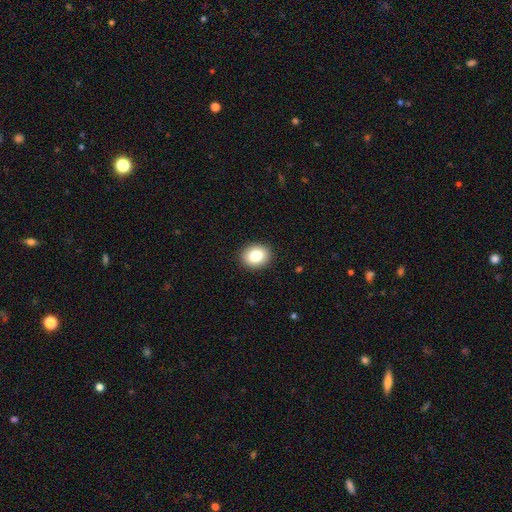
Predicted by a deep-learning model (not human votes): A smooth galaxy with no disk features (83%) that is round (60%). Merging: none (91%).